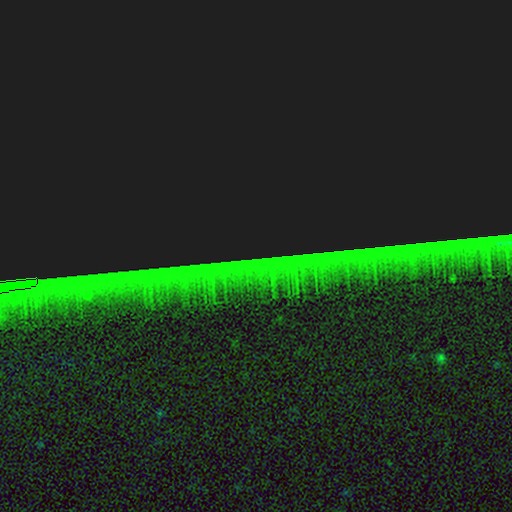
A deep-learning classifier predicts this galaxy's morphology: Overall: star or artifact (84%).